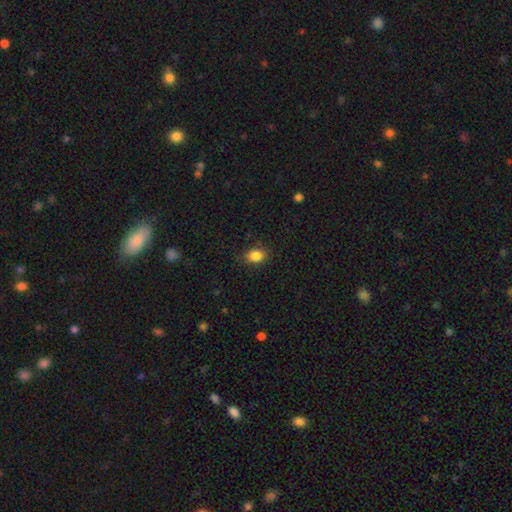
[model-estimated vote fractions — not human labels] This appears to be a smooth galaxy with no disk features (86%) that is in between round and cigar-shaped (68%). Merging: none (85%).